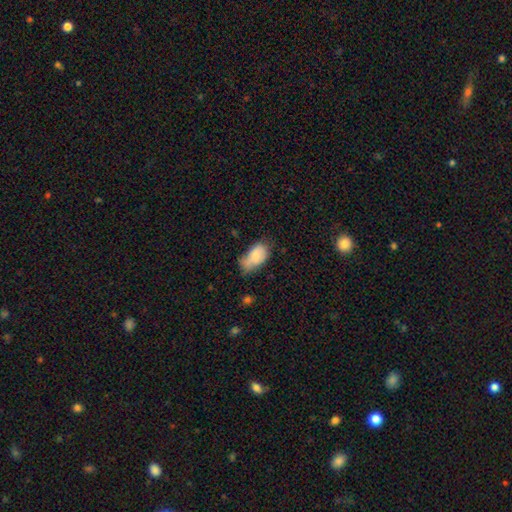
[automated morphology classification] The model was most divided on "merging": minor disturbance: 42%, none: 33%, major disturbance: 17%, merger: 7%. More confident: how rounded — in between (92%); smooth or featured — smooth (80%).